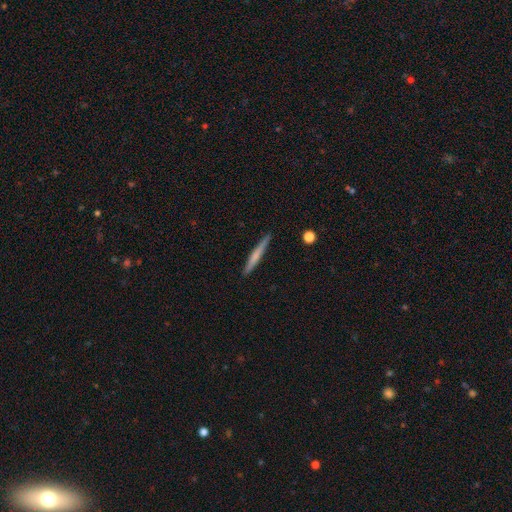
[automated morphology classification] Smooth or featured? Predicted: smooth (p=0.57). How rounded? Predicted: cigar-shaped (p=0.96). Merging? Predicted: none (p=0.90).